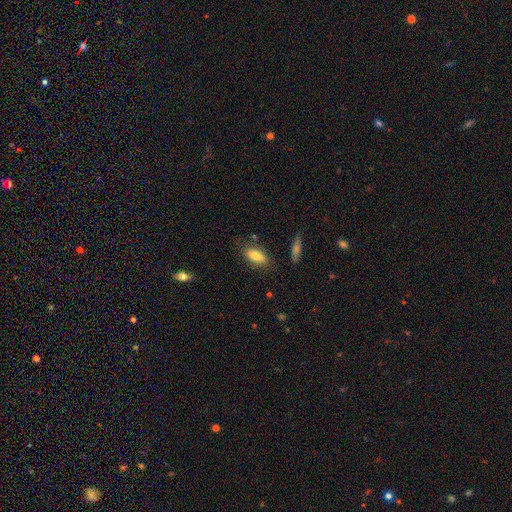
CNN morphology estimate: Q: Smooth or featured?
A: smooth (77%); runner-up: featured or disk (15%)
Q: How rounded?
A: in between (87%); runner-up: cigar-shaped (9%)
Q: Merging?
A: none (78%); runner-up: minor disturbance (15%)